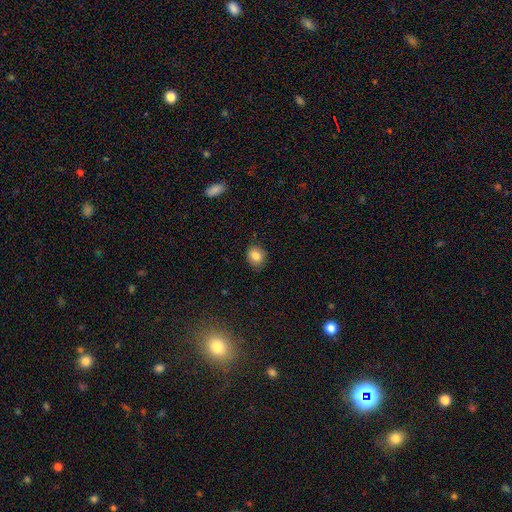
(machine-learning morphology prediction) Overall: smooth (83%). How rounded: round (62%; in between 37%). Merging: none (84%).